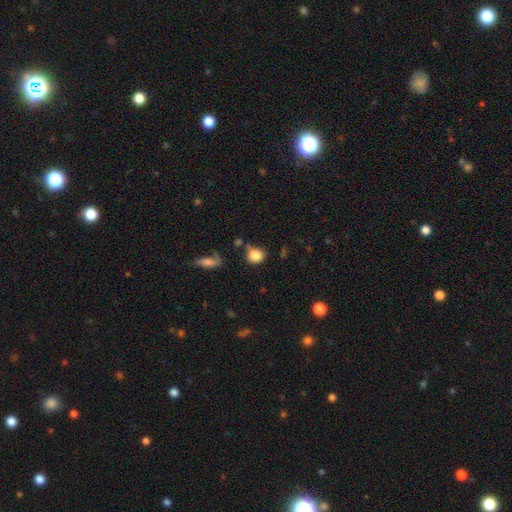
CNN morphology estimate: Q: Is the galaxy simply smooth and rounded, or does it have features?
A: smooth — 84%.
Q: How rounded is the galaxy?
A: round — 77%.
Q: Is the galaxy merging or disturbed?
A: none — 67%.